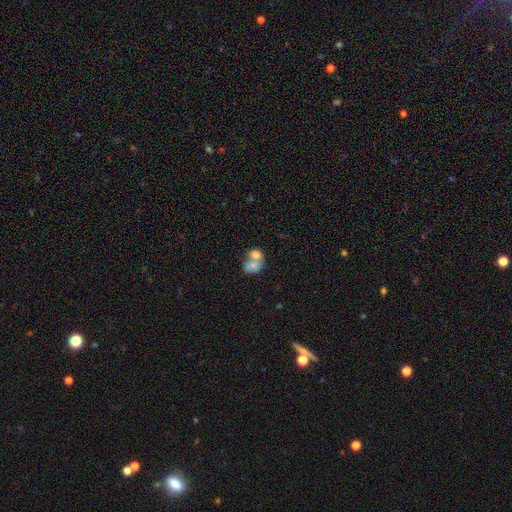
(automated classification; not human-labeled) smooth-or-featured: smooth: 70% | featured or disk: 22% | star or artifact: 8%
  how-rounded: in between: 56% | round: 43% | cigar-shaped: 1%
  merging: merger: 74% | none: 16% | minor disturbance: 6% | major disturbance: 4%